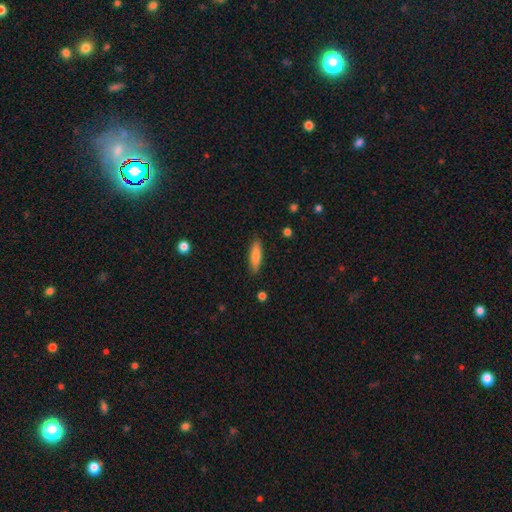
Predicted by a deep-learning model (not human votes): Morphology: type=smooth (80%); roundness=cigar-shaped (66%); merging=none (88%).